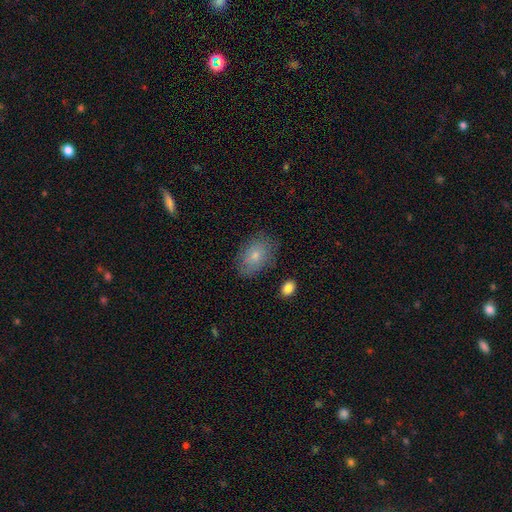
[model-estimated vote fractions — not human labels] Morphology: type=smooth (74%); roundness=in between (82%); merging=none (76%).